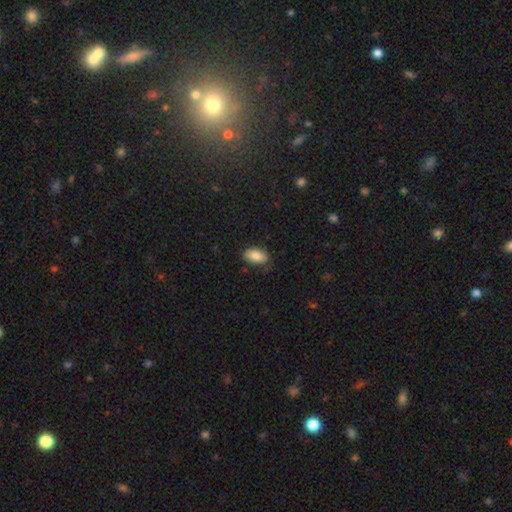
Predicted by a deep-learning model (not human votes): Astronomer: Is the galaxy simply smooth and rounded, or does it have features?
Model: smooth — 85%.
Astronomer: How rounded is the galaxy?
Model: in between — 93%.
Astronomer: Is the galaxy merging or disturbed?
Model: none — 78%.